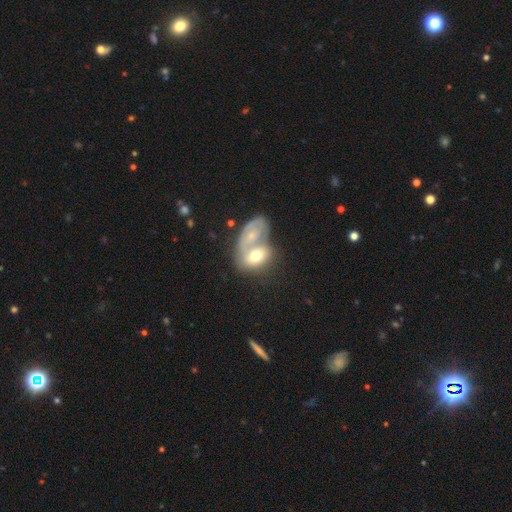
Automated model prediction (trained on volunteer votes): A smooth galaxy with no disk features (56%) that is in between round and cigar-shaped (68%).

Vote fractions:
- Smooth or featured? smooth: 56% / featured or disk: 37% / star or artifact: 7%
- How rounded? in between: 68% / round: 30% / cigar-shaped: 2%
- Merging? merger: 68% / none: 17% / minor disturbance: 8% / major disturbance: 7%